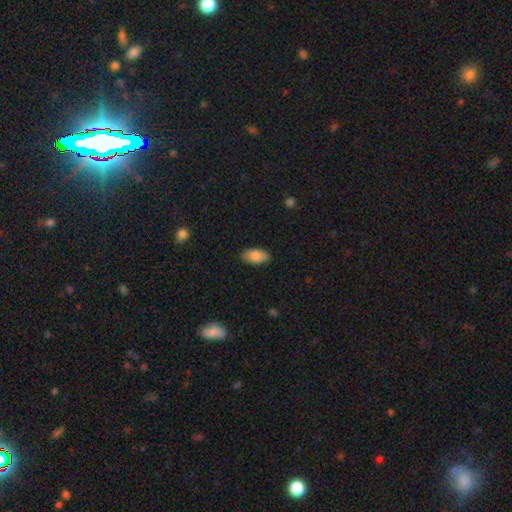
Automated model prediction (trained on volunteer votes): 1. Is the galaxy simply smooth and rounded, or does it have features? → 84% smooth, 9% featured or disk, 6% star or artifact.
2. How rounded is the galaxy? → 94% in between, 3% cigar-shaped, 3% round.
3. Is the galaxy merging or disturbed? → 86% none, 11% minor disturbance, 2% major disturbance, 1% merger.